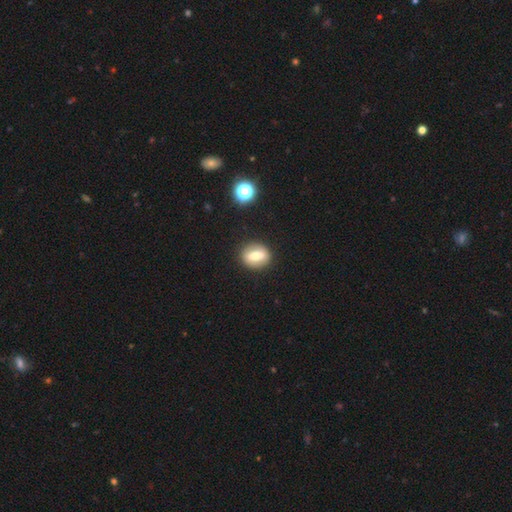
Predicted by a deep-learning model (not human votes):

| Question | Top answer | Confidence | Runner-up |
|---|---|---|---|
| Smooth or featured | smooth | 53% | featured or disk (38%) |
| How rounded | round | 55% | in between (42%) |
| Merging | none | 88% | minor disturbance (8%) |